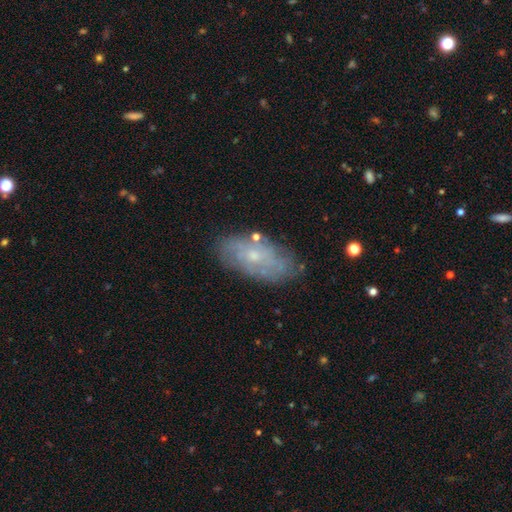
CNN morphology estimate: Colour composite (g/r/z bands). It shows a featured or disk galaxy (58%) with no bar (77%), spiral arms (63%) and a small central bulge (70%). Merging: none (74%).